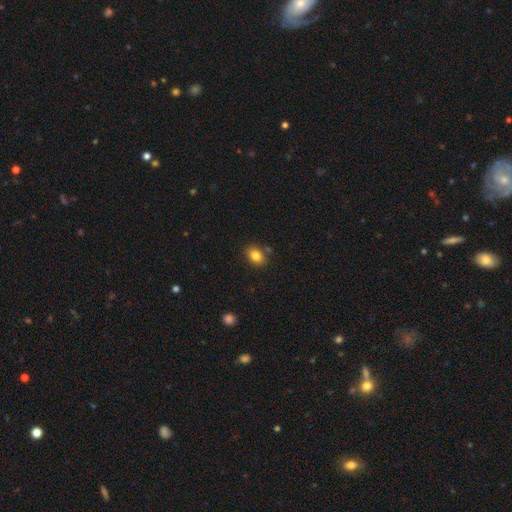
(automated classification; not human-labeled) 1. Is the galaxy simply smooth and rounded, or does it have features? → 84% smooth, 10% star or artifact, 7% featured or disk.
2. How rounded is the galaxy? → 68% in between, 31% round, 1% cigar-shaped.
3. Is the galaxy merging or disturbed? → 80% none, 11% minor disturbance, 6% merger, 3% major disturbance.